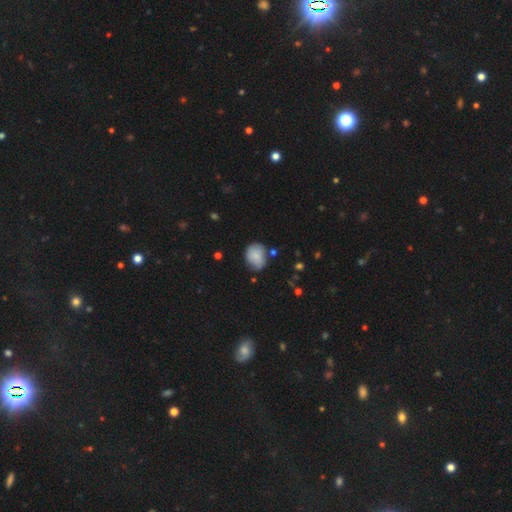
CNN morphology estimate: A smooth galaxy with no disk features (72%) that is round (51%).

Vote fractions:
- Smooth or featured? smooth: 72% / featured or disk: 20% / star or artifact: 8%
- How rounded? round: 51% / in between: 48% / cigar-shaped: 1%
- Merging? none: 59% / minor disturbance: 29% / major disturbance: 7% / merger: 5%